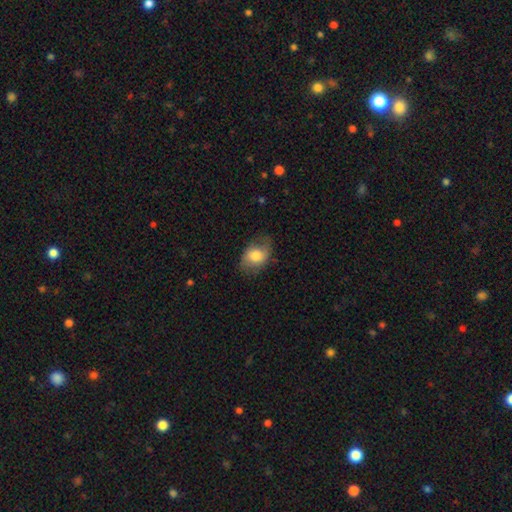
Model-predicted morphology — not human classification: smooth 70%, featured or disk 22%, star or artifact 7%. Down the decision tree: how rounded — in between (78%); merging — none (68%).